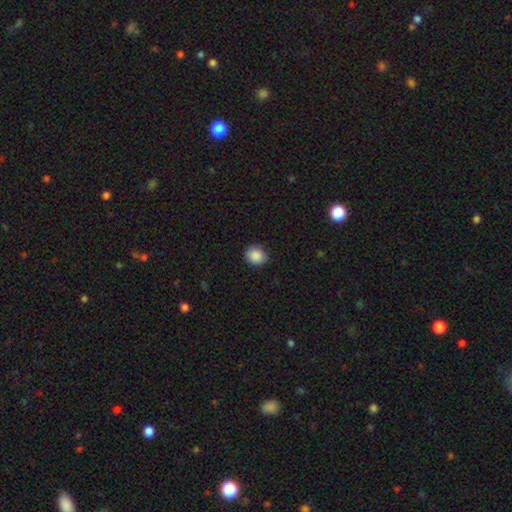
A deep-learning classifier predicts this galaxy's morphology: Smooth or featured? smooth (88%)
How rounded? round (72%)
Merging? none (86%)